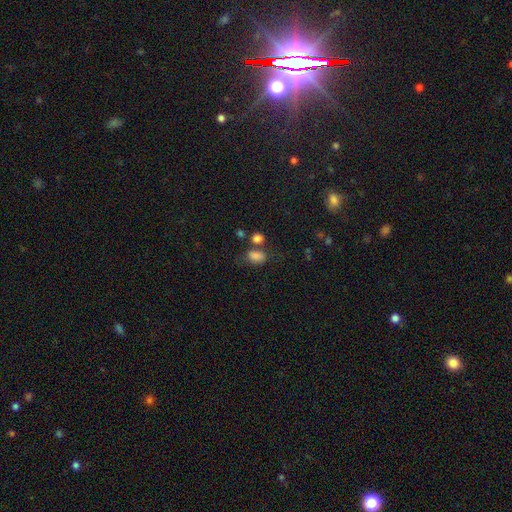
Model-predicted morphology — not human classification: Smooth or featured? smooth (81%)
How rounded? in between (76%)
Merging? none (51%)